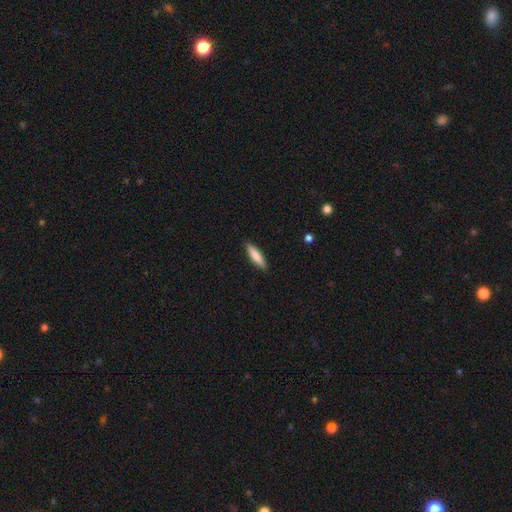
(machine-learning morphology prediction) smooth 78%, featured or disk 16%, star or artifact 5%. Down the decision tree: how rounded — cigar-shaped (71%); merging — none (89%).